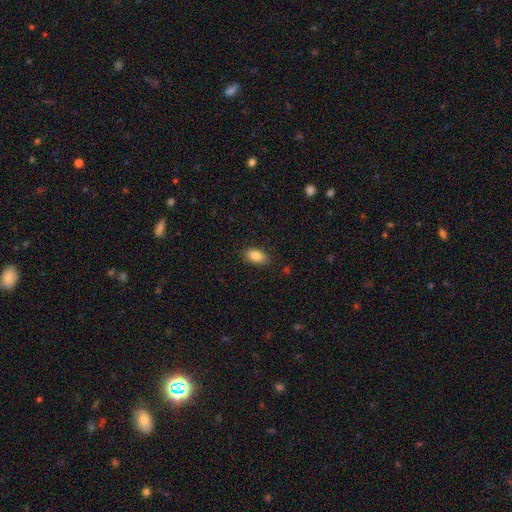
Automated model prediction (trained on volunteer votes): Smooth or featured? Predicted: smooth (p=0.85). How rounded? Predicted: in between (p=0.91). Merging? Predicted: none (p=0.86).